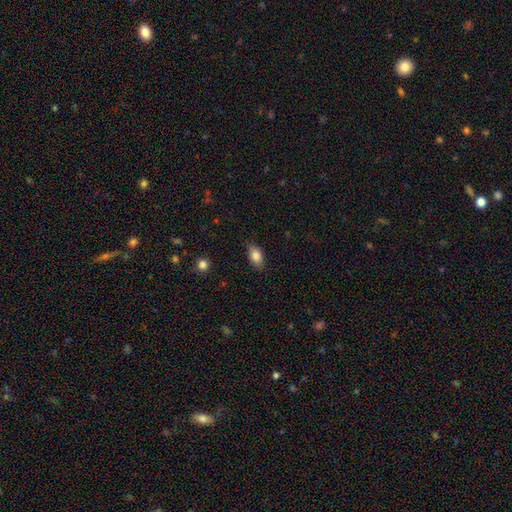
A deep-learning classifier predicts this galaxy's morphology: This is clearly a smooth galaxy (83%). How rounded: clearly in between (90%). Merging: clearly none (84%).